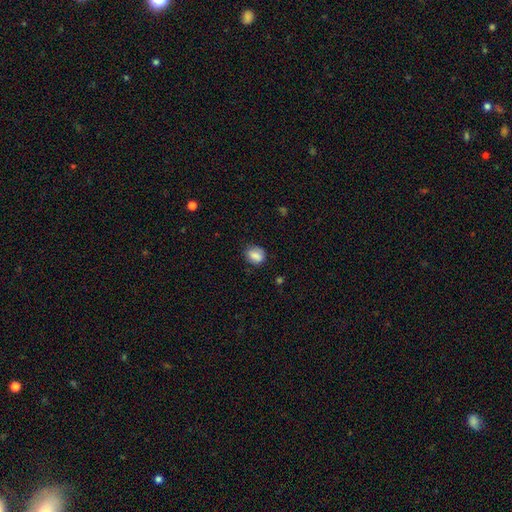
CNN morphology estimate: This appears to be a smooth galaxy with no disk features (80%) that is in between round and cigar-shaped (50%). Merging: none (71%).